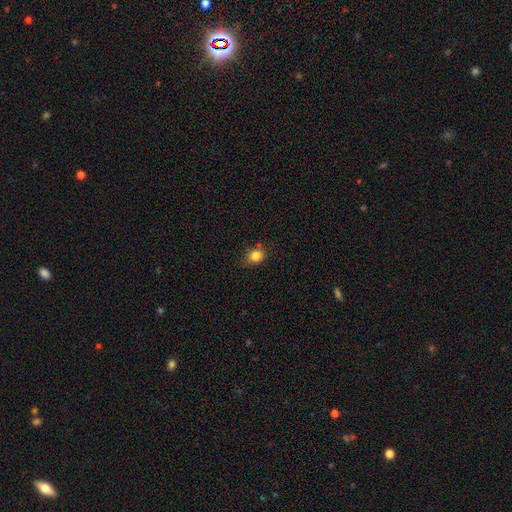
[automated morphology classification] smooth 83%, star or artifact 12%, featured or disk 6%. Down the decision tree: how rounded — round (71%); merging — none (71%).